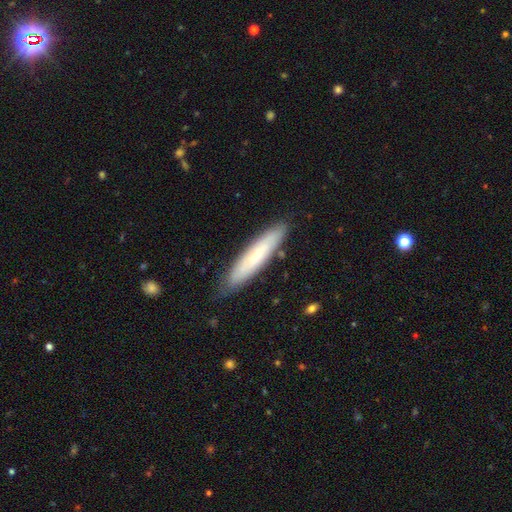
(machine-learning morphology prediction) A smooth galaxy with no disk features (61%) that is cigar-shaped (84%). Merging: none (84%).